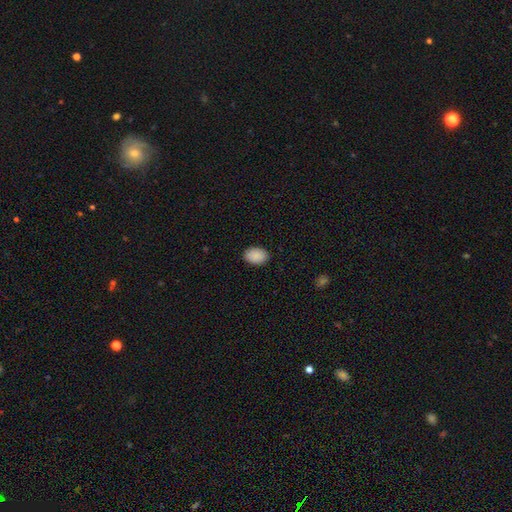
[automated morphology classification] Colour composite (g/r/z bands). It shows a smooth galaxy with no disk features (90%) that is in between round and cigar-shaped (84%). Merging: none (88%).